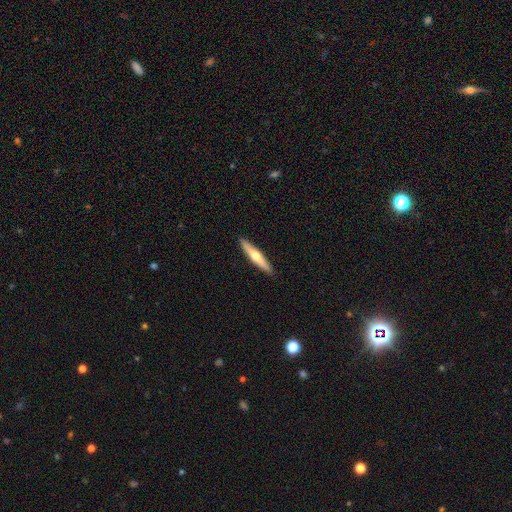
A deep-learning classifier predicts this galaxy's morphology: Smooth or featured? smooth (48%)
Merging? none (91%)